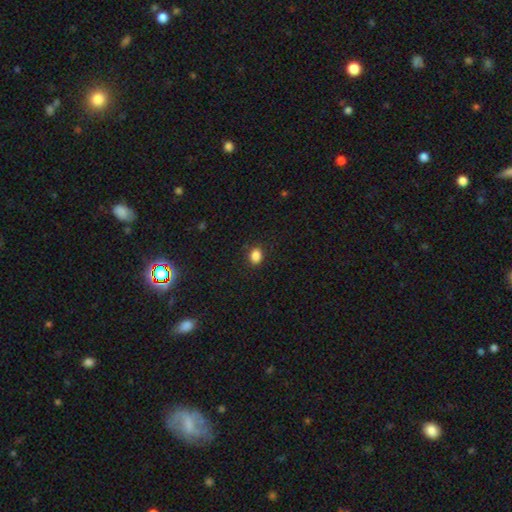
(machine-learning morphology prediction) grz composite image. It shows a smooth galaxy with no disk features (86%) that is in between round and cigar-shaped (51%). Merging: none (87%).